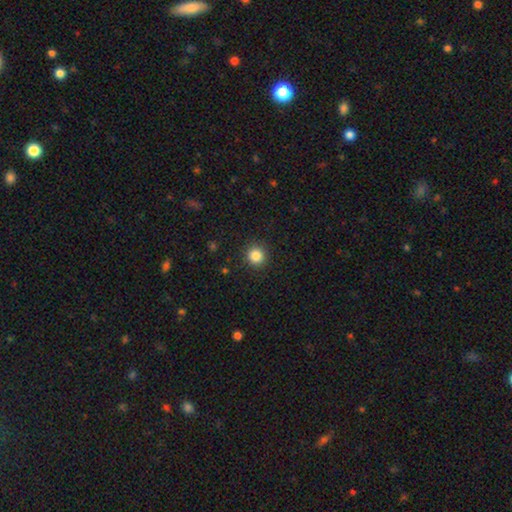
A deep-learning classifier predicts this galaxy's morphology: Q: Smooth or featured?
A: smooth (85%); runner-up: star or artifact (11%)
Q: How rounded?
A: round (94%); runner-up: in between (5%)
Q: Merging?
A: none (91%); runner-up: minor disturbance (6%)